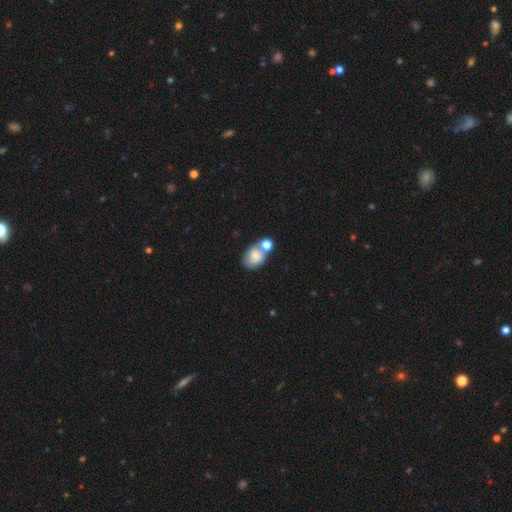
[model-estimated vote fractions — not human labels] Smooth or featured: smooth — 68% (featured or disk — 22%)
How rounded: in between — 73% (round — 25%)
Merging: merger — 43% (none — 35%)